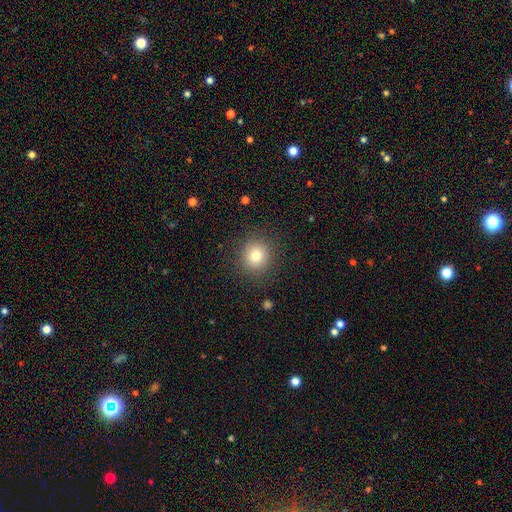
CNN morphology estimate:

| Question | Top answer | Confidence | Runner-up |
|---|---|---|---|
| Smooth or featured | smooth | 78% | star or artifact (13%) |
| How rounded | round | 91% | in between (8%) |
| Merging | none | 88% | minor disturbance (7%) |